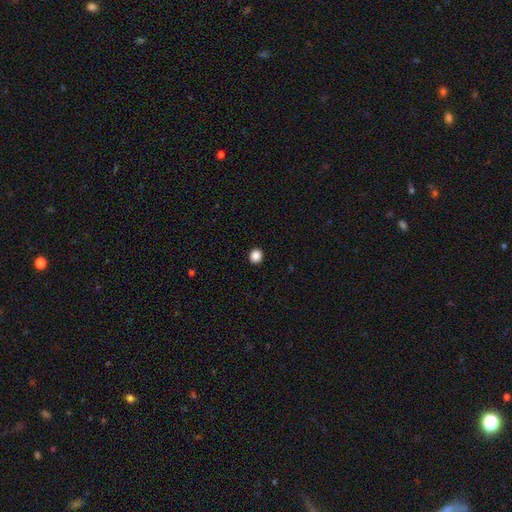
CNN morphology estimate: Q: Smooth or featured?
A: smooth (87%); runner-up: star or artifact (10%)
Q: How rounded?
A: round (88%); runner-up: in between (11%)
Q: Merging?
A: none (93%); runner-up: minor disturbance (4%)